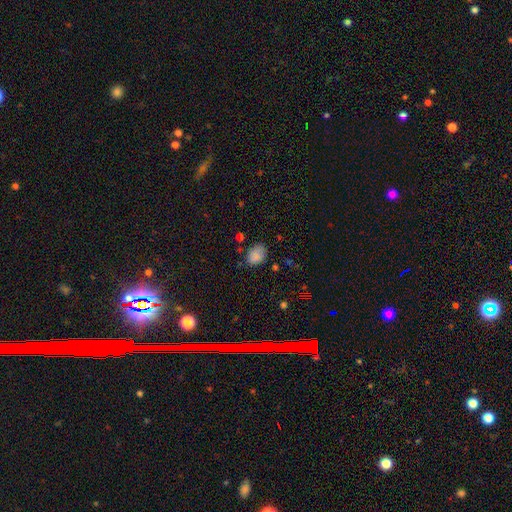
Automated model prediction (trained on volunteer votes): smooth_or_featured: smooth (p=0.84) [alt: star or artifact p=0.11]
how_rounded: in between (p=0.72) [alt: round p=0.27]
merging: none (p=0.68) [alt: minor disturbance p=0.23]